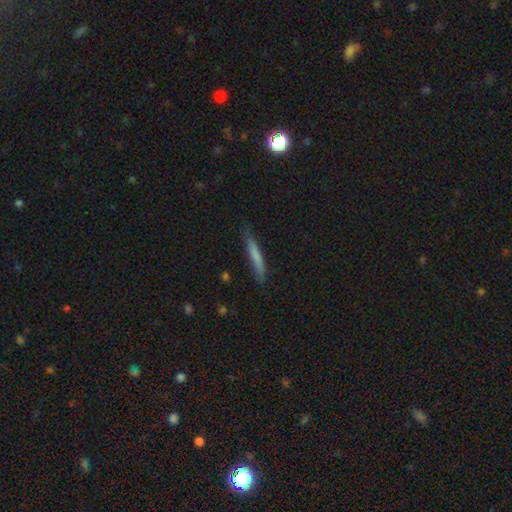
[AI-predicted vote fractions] Smooth or featured? smooth (73%)
How rounded? cigar-shaped (93%)
Merging? none (75%)